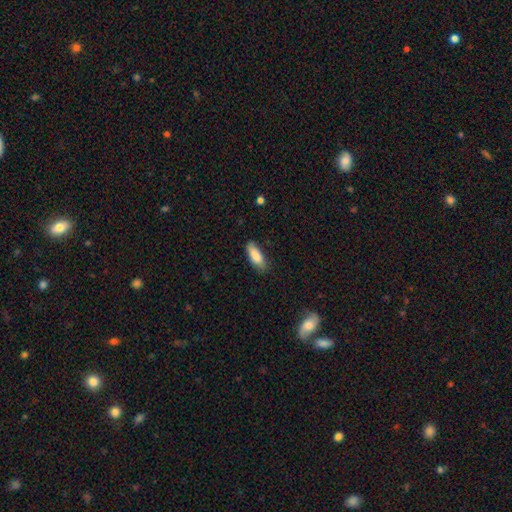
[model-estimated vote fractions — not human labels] This is clearly a smooth galaxy (84%). How rounded: likely in between (72%). Merging: likely none (75%).